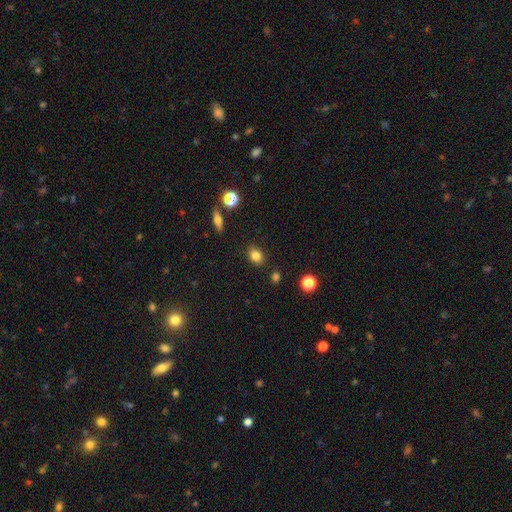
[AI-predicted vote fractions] smooth_or_featured: smooth (p=0.82) [alt: star or artifact p=0.11]
how_rounded: in between (p=0.71) [alt: round p=0.28]
merging: none (p=0.85) [alt: minor disturbance p=0.09]